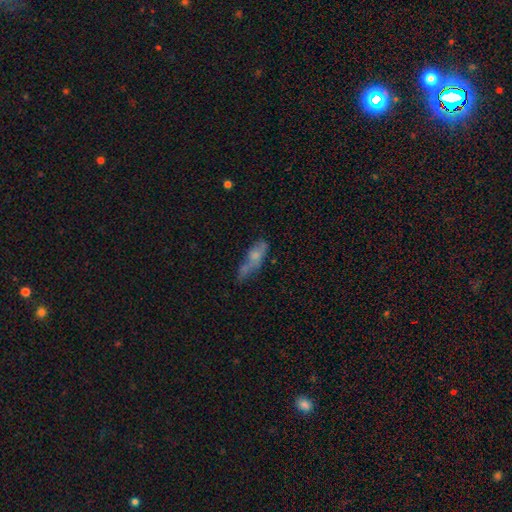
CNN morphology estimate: Q: Smooth or featured?
A: smooth (61%); runner-up: featured or disk (29%)
Q: How rounded?
A: in between (58%); runner-up: cigar-shaped (38%)
Q: Merging?
A: none (36%); runner-up: minor disturbance (27%)